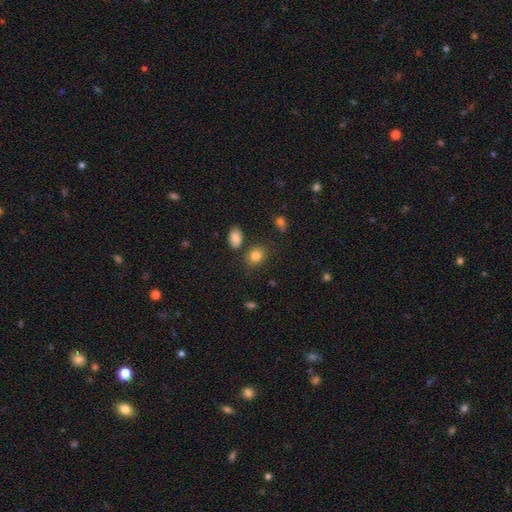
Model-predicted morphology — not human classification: smooth-or-featured: smooth: 84% | star or artifact: 10% | featured or disk: 6%
  how-rounded: in between: 50% | round: 49% | cigar-shaped: 1%
  merging: none: 74% | minor disturbance: 13% | merger: 9% | major disturbance: 4%